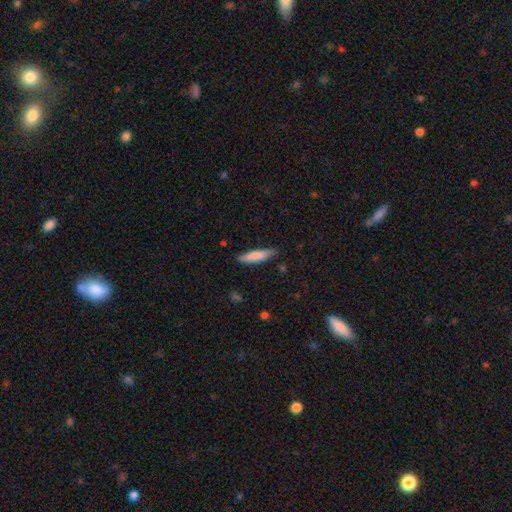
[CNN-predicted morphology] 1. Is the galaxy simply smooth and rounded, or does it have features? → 80% smooth, 14% featured or disk, 6% star or artifact.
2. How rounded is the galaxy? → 81% cigar-shaped, 18% in between, 1% round.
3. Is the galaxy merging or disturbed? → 85% none, 12% minor disturbance, 2% major disturbance, 1% merger.